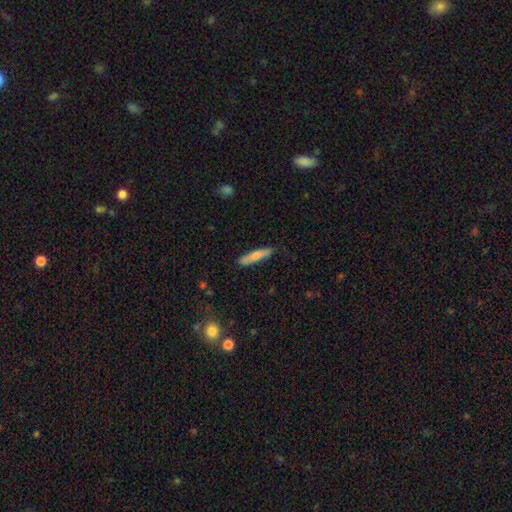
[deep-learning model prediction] Smooth or featured? smooth (68%)
How rounded? cigar-shaped (84%)
Merging? none (85%)